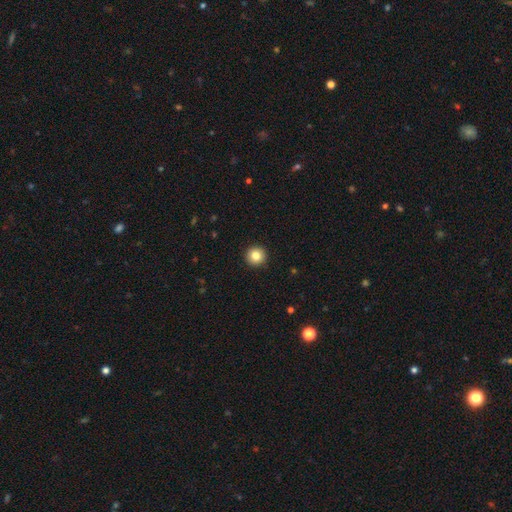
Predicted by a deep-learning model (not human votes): A smooth galaxy with no disk features (84%) that is round (96%).

Vote fractions:
- Smooth or featured? smooth: 84% / star or artifact: 10% / featured or disk: 6%
- How rounded? round: 96% / in between: 3% / cigar-shaped: 1%
- Merging? none: 94% / minor disturbance: 4% / major disturbance: 1% / merger: 1%